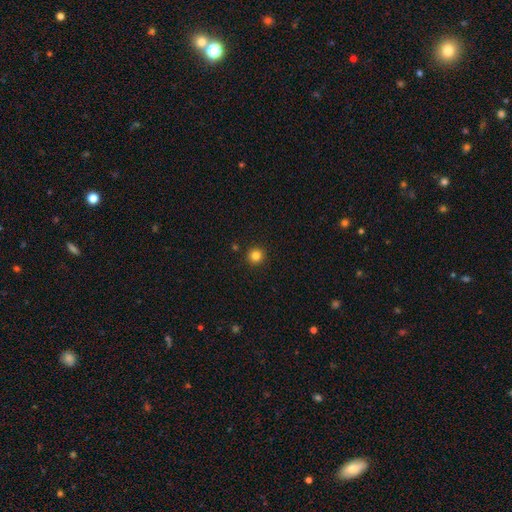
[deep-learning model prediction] A smooth galaxy with no disk features (83%) that is round (95%).

Vote fractions:
- Smooth or featured? smooth: 83% / star or artifact: 12% / featured or disk: 5%
- How rounded? round: 95% / in between: 4% / cigar-shaped: 1%
- Merging? none: 92% / minor disturbance: 5% / major disturbance: 2% / merger: 1%